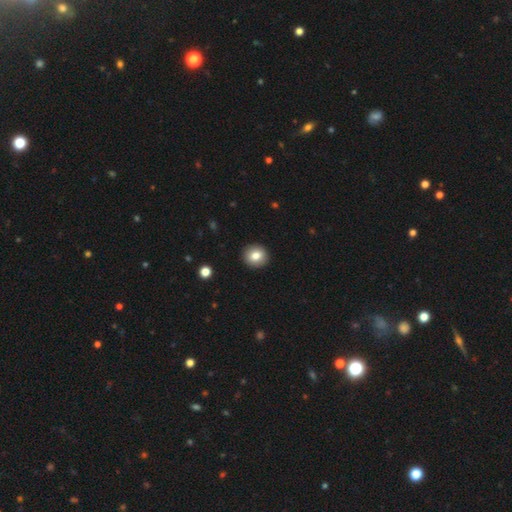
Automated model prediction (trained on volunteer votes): This appears to be a smooth galaxy with no disk features (81%) that is round (88%). Merging: none (92%).